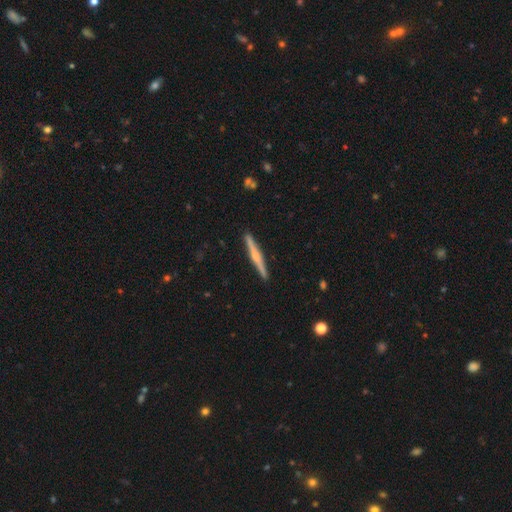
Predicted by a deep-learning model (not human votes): This is likely a featured or disk galaxy (69%). It is clearly viewed edge-on (98%). Edge-on bulge: clearly rounded (82%). Merging: clearly none (92%).